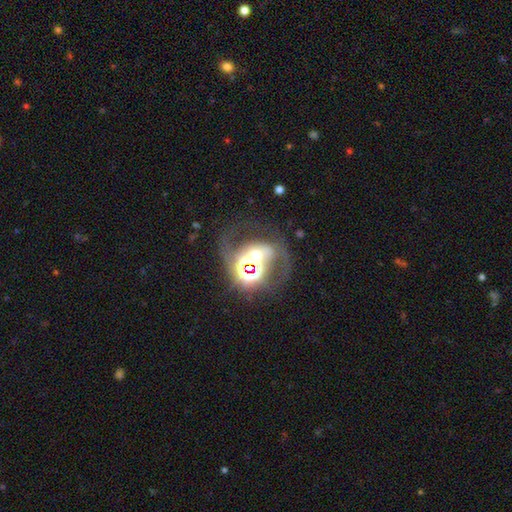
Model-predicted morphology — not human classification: A featured or disk galaxy (47%). Merging: none (39%).